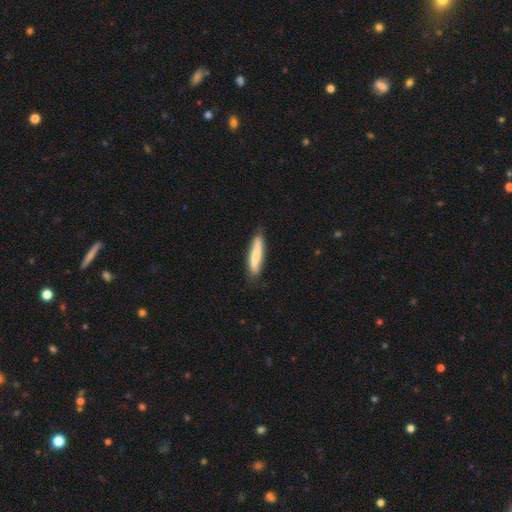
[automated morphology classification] smooth 68%, featured or disk 27%, star or artifact 5%. Down the decision tree: how rounded — cigar-shaped (86%); merging — none (77%).